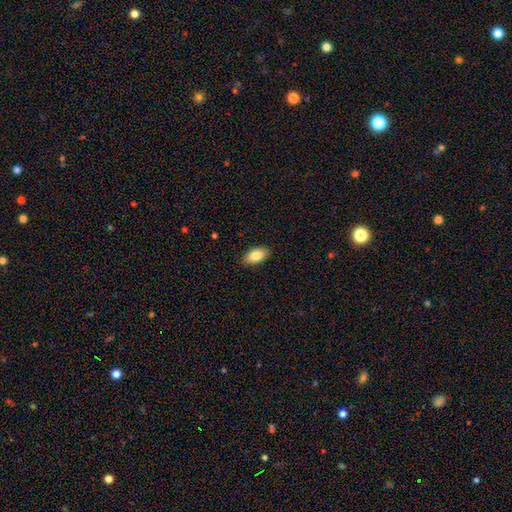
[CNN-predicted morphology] Smooth or featured?
  - smooth: 86% *
  - featured or disk: 8%
  - star or artifact: 7%
How rounded?
  - in between: 93% *
  - cigar-shaped: 4%
  - round: 3%
Merging?
  - none: 88% *
  - minor disturbance: 9%
  - major disturbance: 2%
  - merger: 1%